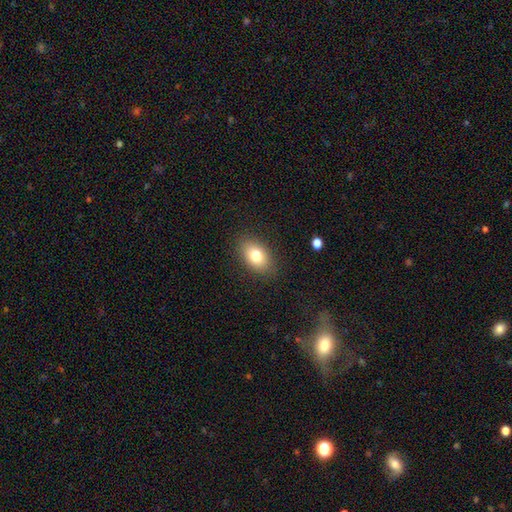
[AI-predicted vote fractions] A smooth galaxy with no disk features (79%) that is in between round and cigar-shaped (85%). Merging: none (86%).